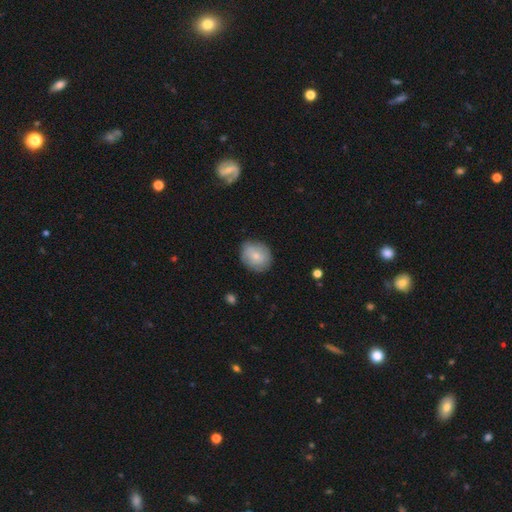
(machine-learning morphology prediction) The model was most divided on "how rounded": round: 62%, in between: 37%, cigar-shaped: 1%. More confident: merging — none (78%); smooth or featured — smooth (73%).